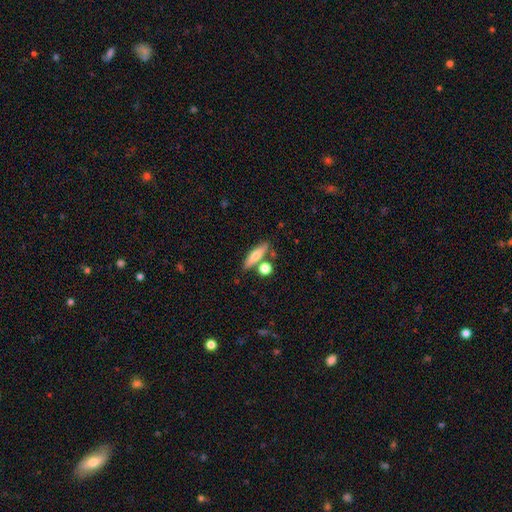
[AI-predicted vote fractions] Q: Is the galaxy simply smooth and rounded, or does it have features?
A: smooth — 60%.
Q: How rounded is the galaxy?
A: cigar-shaped — 64%.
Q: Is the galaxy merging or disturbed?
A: none — 72%.